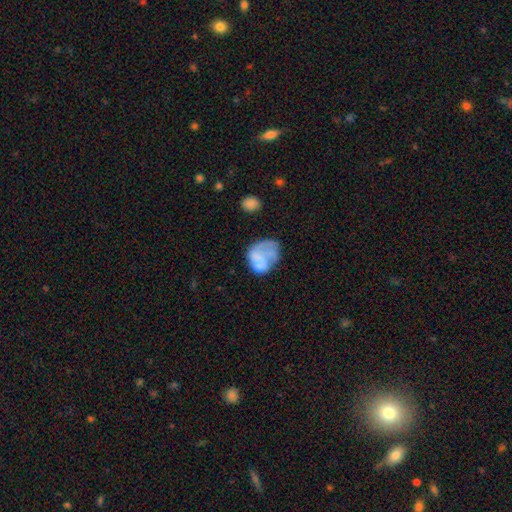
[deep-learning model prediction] Smooth or featured?
  - smooth: 53% *
  - featured or disk: 39%
  - star or artifact: 9%
How rounded?
  - in between: 51% *
  - round: 48%
  - cigar-shaped: 1%
Merging?
  - none: 34% *
  - major disturbance: 31%
  - minor disturbance: 26%
  - merger: 9%